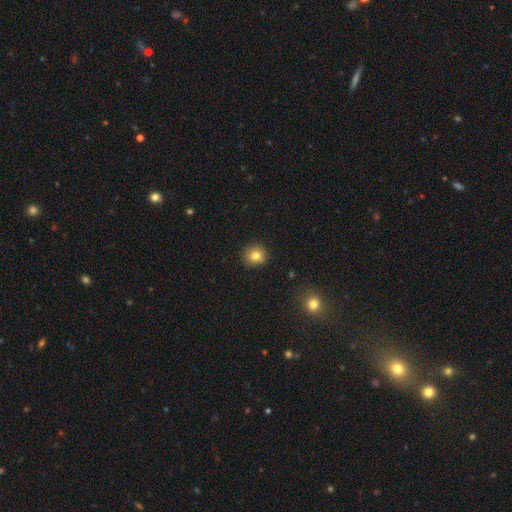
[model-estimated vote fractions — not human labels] This appears to be a smooth galaxy with no disk features (80%) that is round (91%). Merging: none (87%).